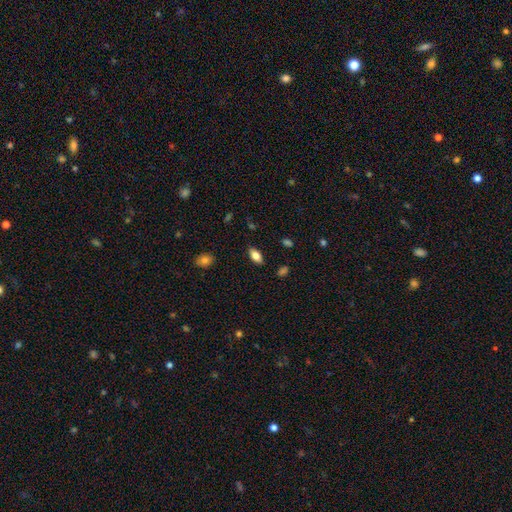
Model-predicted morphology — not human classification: smooth-or-featured: smooth: 78% | featured or disk: 14% | star or artifact: 8%
  how-rounded: in between: 90% | cigar-shaped: 7% | round: 3%
  merging: none: 87% | minor disturbance: 9% | major disturbance: 2% | merger: 1%